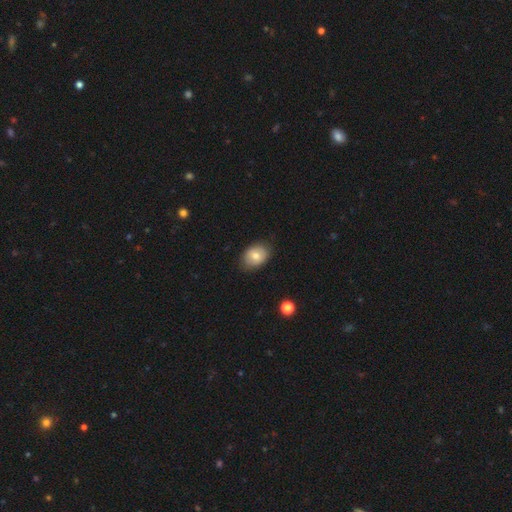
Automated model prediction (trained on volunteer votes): Smooth or featured? smooth (75%)
How rounded? in between (72%)
Merging? none (80%)